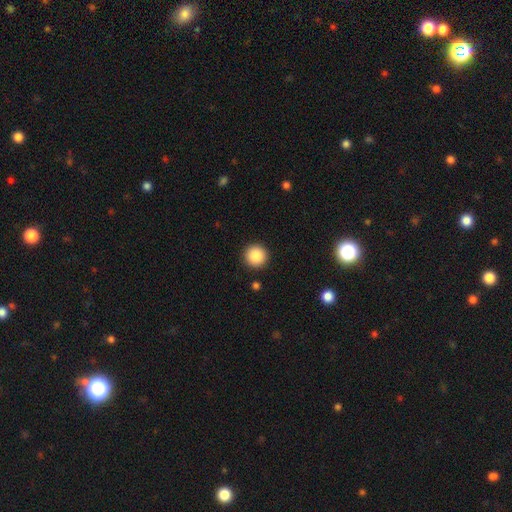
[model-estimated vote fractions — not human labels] The model was most divided on "smooth or featured": smooth: 88%, star or artifact: 9%, featured or disk: 3%. More confident: how rounded — round (96%); merging — none (92%).